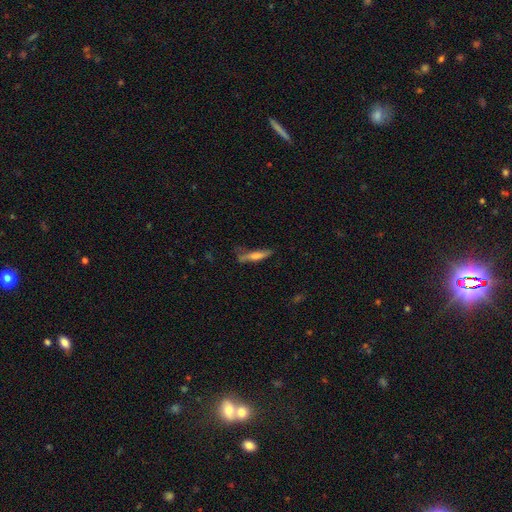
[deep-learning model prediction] This appears to be a smooth galaxy with no disk features (58%) that is cigar-shaped (83%). Merging: none (56%).